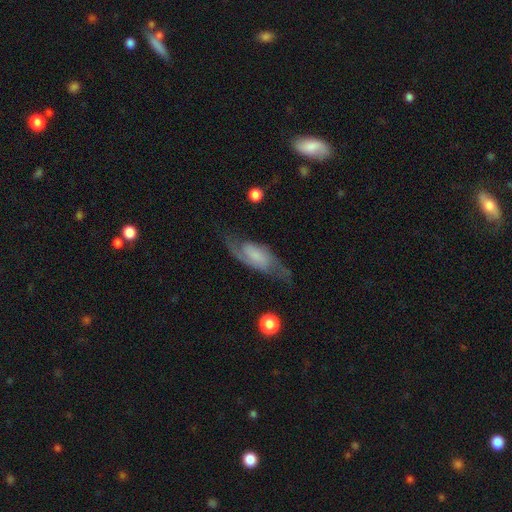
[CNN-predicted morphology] Smooth or featured?
  - featured or disk: 74% *
  - smooth: 18%
  - star or artifact: 7%
Edge-on disk?
  - no: 90% *
  - yes: 10%
Bar?
  - no: 49% *
  - weak: 39%
  - strong: 12%
Spiral arms?
  - yes: 94% *
  - no: 6%
Spiral winding?
  - medium: 47% *
  - loose: 31%
  - tight: 21%
Spiral arm count?
  - 2: 86% *
  - can't tell: 7%
  - 1: 3%
  - 3: 2%
  - 4: 1%
  - more than 4: 1%
Bulge size?
  - none: 36% *
  - small: 32%
  - moderate: 19%
  - large: 9%
  - dominant: 3%
Merging?
  - none: 68% *
  - minor disturbance: 19%
  - major disturbance: 11%
  - merger: 2%